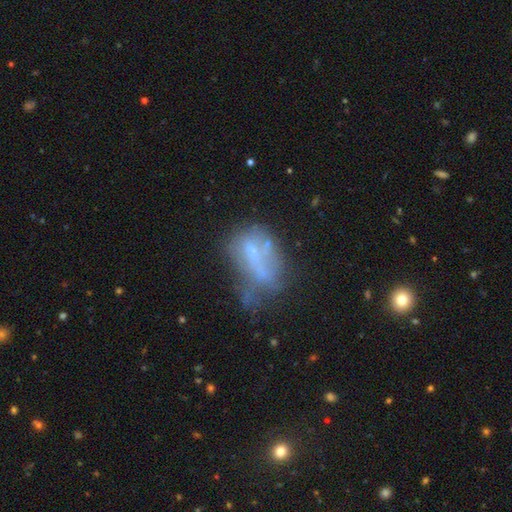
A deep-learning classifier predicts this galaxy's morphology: Overall: featured or disk (43%; smooth 40%). Merging: major disturbance (35%; none 23%).